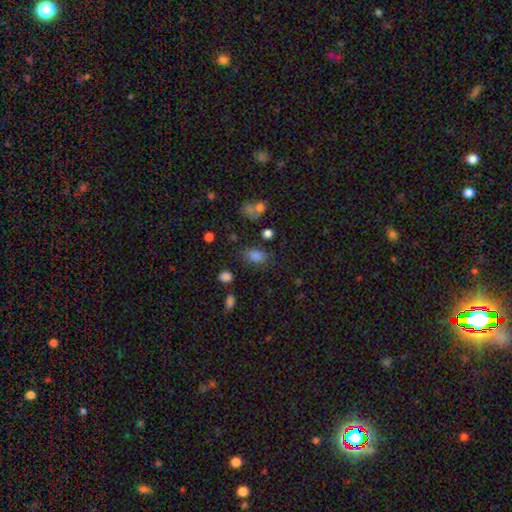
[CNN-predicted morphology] A smooth galaxy with no disk features (79%) that is in between round and cigar-shaped (84%).

Vote fractions:
- Smooth or featured? smooth: 79% / star or artifact: 14% / featured or disk: 7%
- How rounded? in between: 84% / round: 14% / cigar-shaped: 2%
- Merging? none: 73% / minor disturbance: 16% / major disturbance: 6% / merger: 5%